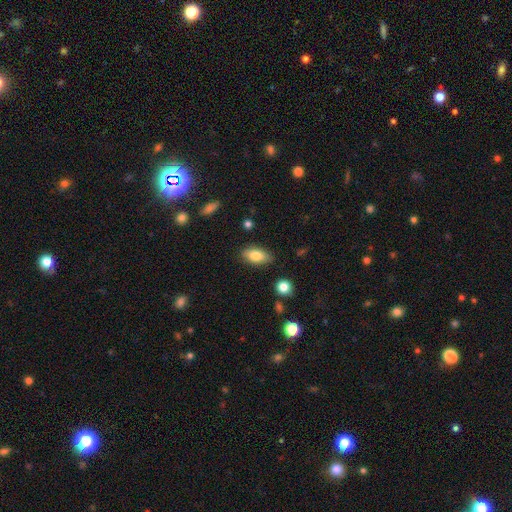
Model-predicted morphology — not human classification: smooth_or_featured: smooth (p=0.79) [alt: featured or disk p=0.13]
how_rounded: in between (p=0.88) [alt: cigar-shaped p=0.08]
merging: none (p=0.84) [alt: minor disturbance p=0.12]